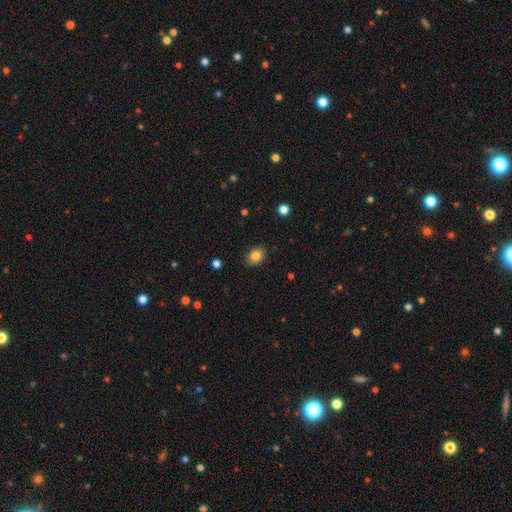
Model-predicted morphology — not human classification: smooth 84%, star or artifact 10%, featured or disk 6%. Down the decision tree: how rounded — in between (64%); merging — none (88%).